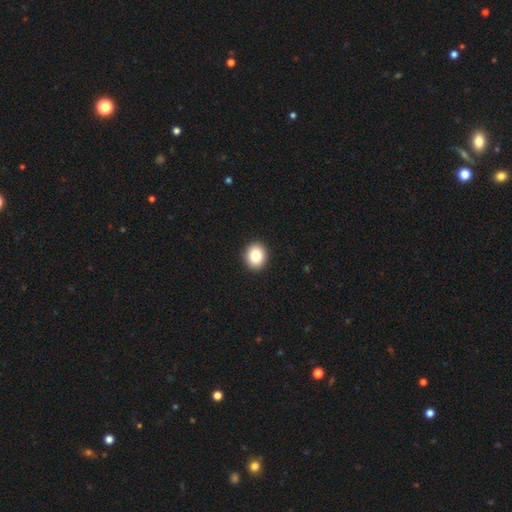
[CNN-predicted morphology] smooth_or_featured: smooth (p=0.86) [alt: star or artifact p=0.09]
how_rounded: round (p=0.63) [alt: in between p=0.37]
merging: none (p=0.92) [alt: minor disturbance p=0.06]